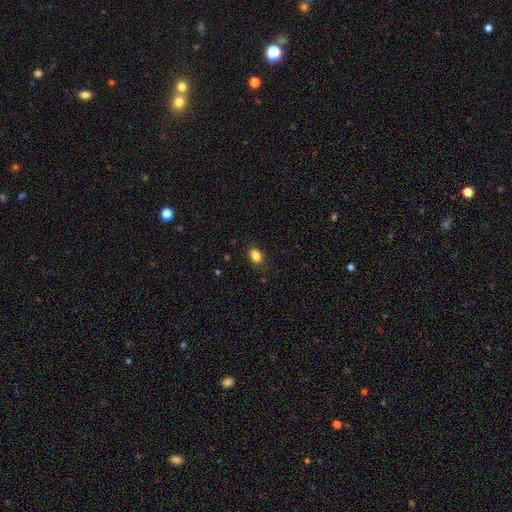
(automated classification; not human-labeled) smooth-or-featured: smooth: 86% | star or artifact: 10% | featured or disk: 4%
  how-rounded: in between: 76% | round: 23% | cigar-shaped: 1%
  merging: none: 84% | minor disturbance: 12% | major disturbance: 3% | merger: 1%